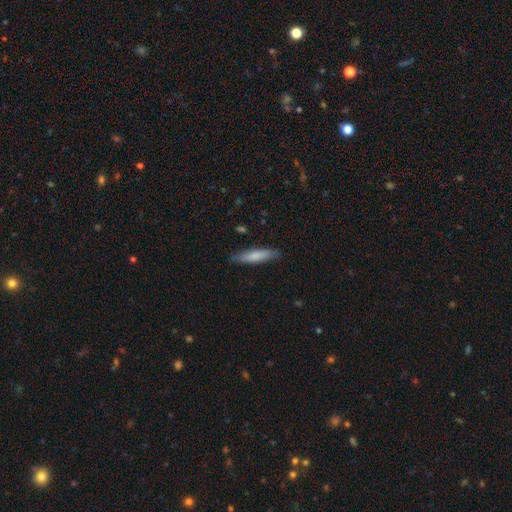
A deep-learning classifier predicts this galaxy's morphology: Q: Smooth or featured?
A: smooth (78%); runner-up: featured or disk (17%)
Q: How rounded?
A: cigar-shaped (78%); runner-up: in between (20%)
Q: Merging?
A: none (85%); runner-up: minor disturbance (12%)